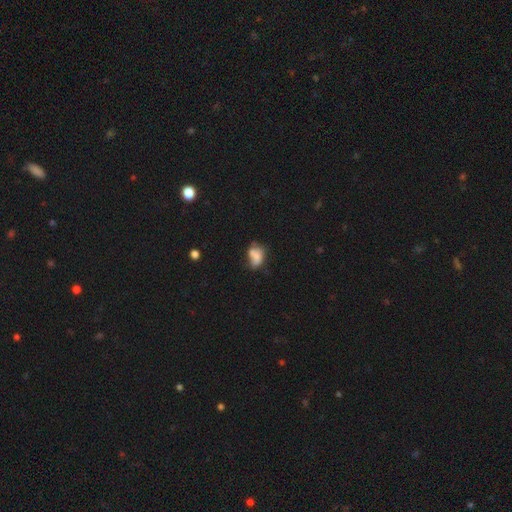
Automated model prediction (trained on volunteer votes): smooth 66%, featured or disk 22%, star or artifact 11%. Down the decision tree: how rounded — in between (75%); merging — none (30%).